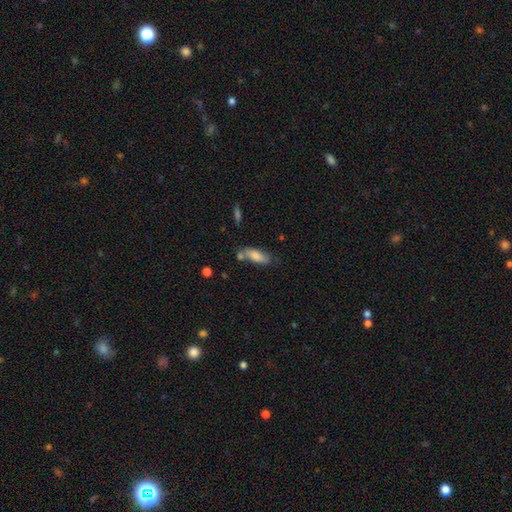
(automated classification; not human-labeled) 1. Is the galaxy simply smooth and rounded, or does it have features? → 80% smooth, 13% featured or disk, 7% star or artifact.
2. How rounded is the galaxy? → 72% in between, 26% cigar-shaped, 2% round.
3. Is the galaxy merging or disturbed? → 54% none, 22% minor disturbance, 17% merger, 7% major disturbance.